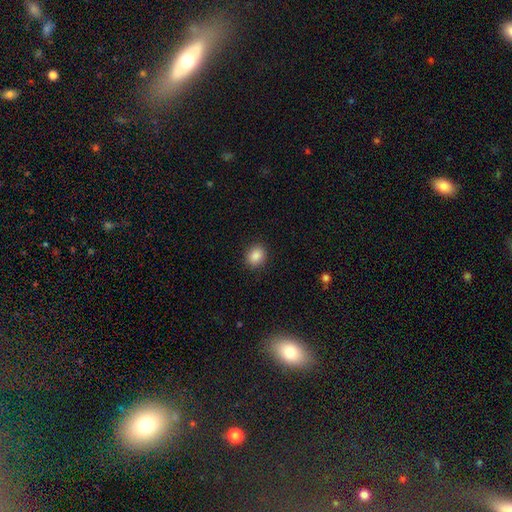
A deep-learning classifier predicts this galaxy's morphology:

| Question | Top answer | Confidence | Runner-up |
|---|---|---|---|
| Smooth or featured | smooth | 88% | star or artifact (9%) |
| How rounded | round | 62% | in between (37%) |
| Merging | none | 89% | minor disturbance (8%) |